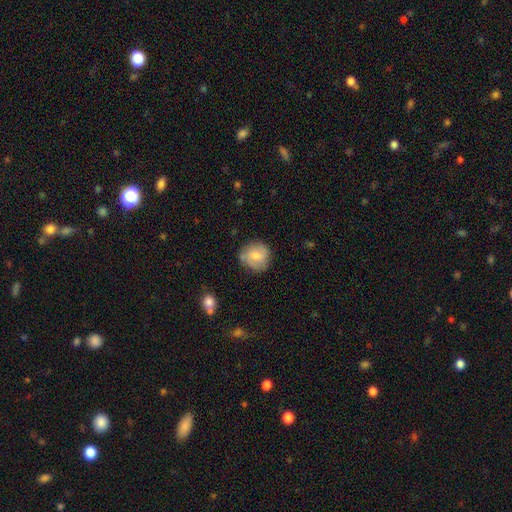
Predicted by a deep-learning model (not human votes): smooth_or_featured: smooth (p=0.69) [alt: featured or disk p=0.24]
how_rounded: round (p=0.87) [alt: in between p=0.12]
merging: none (p=0.74) [alt: minor disturbance p=0.19]